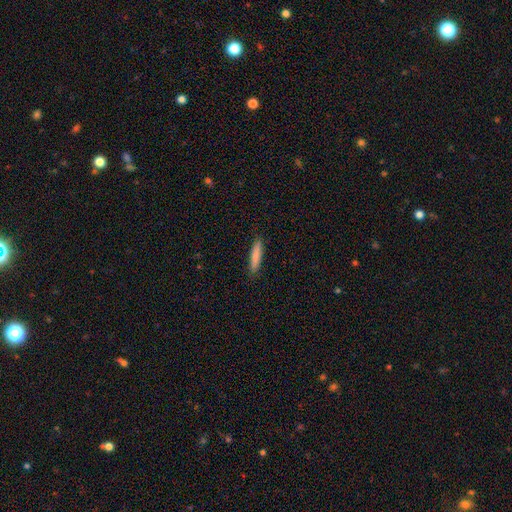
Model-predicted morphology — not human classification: smooth_or_featured: smooth (p=0.84) [alt: featured or disk p=0.10]
how_rounded: cigar-shaped (p=0.87) [alt: in between p=0.12]
merging: none (p=0.88) [alt: minor disturbance p=0.09]